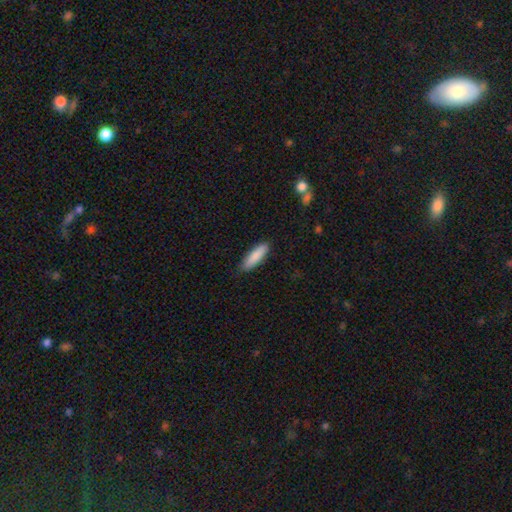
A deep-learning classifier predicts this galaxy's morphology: Overall: smooth (87%). How rounded: cigar-shaped (63%; in between 35%). Merging: none (85%).